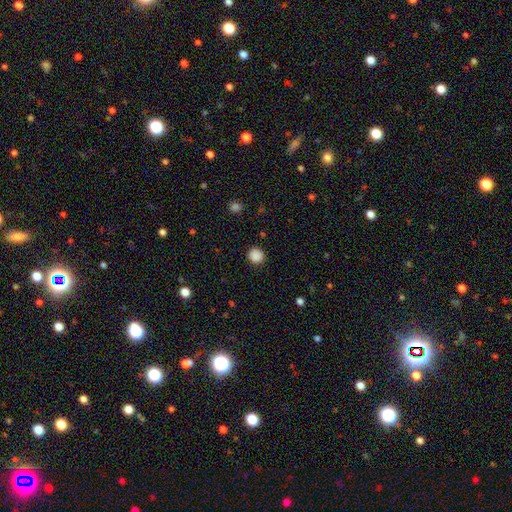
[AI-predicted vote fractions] Overall: smooth (87%). How rounded: round (91%). Merging: none (90%).